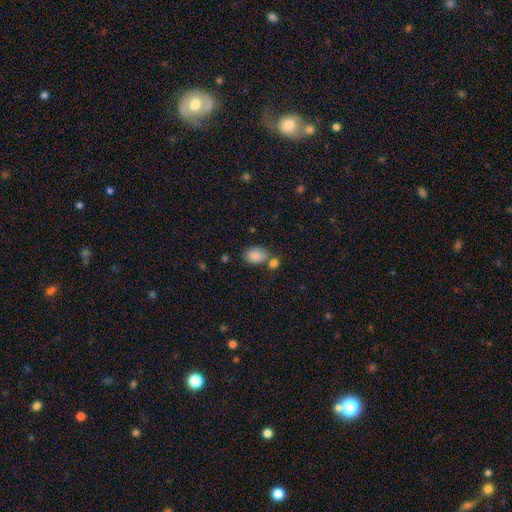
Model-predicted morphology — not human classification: smooth_or_featured: smooth (p=0.87) [alt: star or artifact p=0.08]
how_rounded: in between (p=0.84) [alt: round p=0.15]
merging: none (p=0.57) [alt: merger p=0.23]